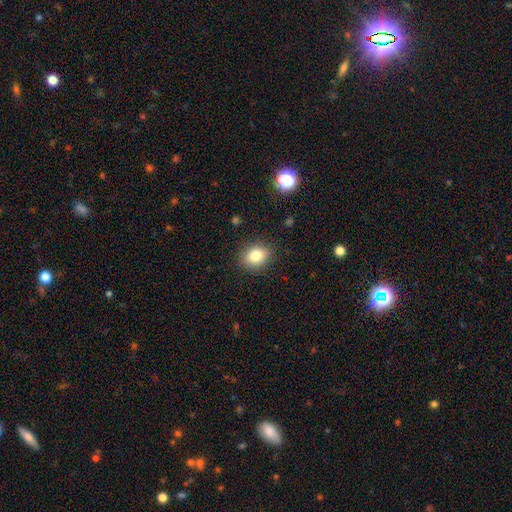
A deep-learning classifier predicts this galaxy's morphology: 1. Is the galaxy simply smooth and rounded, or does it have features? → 81% smooth, 11% star or artifact, 8% featured or disk.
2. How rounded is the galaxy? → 59% round, 40% in between, 1% cigar-shaped.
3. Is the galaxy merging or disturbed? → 87% none, 9% minor disturbance, 3% major disturbance, 1% merger.